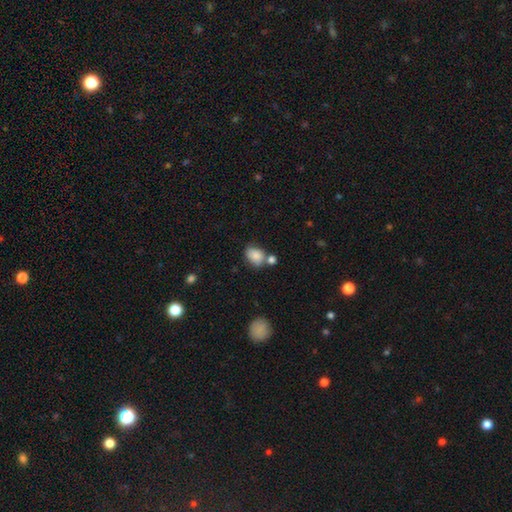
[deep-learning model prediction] Q: Smooth or featured?
A: smooth (82%); runner-up: featured or disk (9%)
Q: How rounded?
A: in between (66%); runner-up: round (33%)
Q: Merging?
A: none (51%); runner-up: merger (24%)